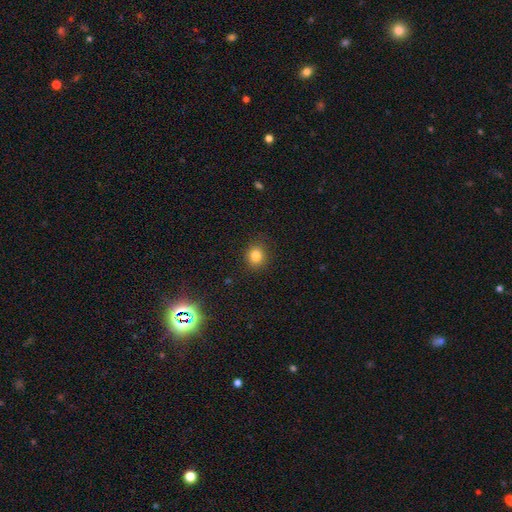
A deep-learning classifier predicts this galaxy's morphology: smooth 82%, star or artifact 12%, featured or disk 6%. Down the decision tree: how rounded — round (81%); merging — none (88%).